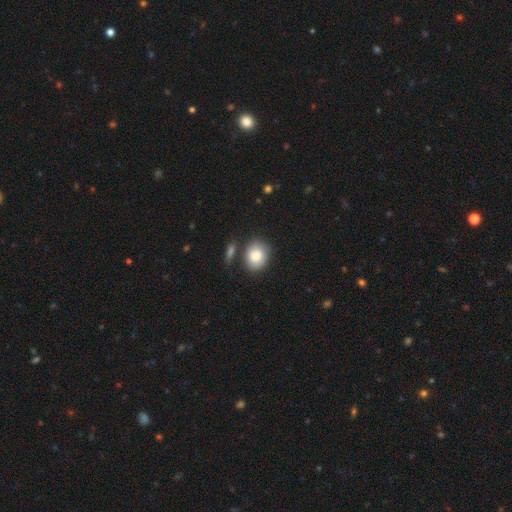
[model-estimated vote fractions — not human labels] Overall: smooth (83%). How rounded: round (55%; in between 44%). Merging: none (70%).